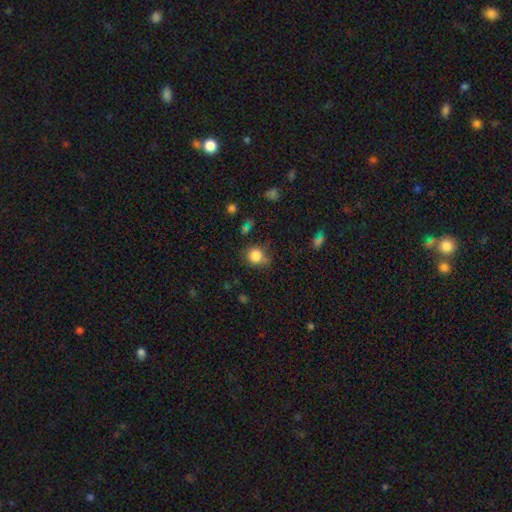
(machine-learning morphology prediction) smooth_or_featured: smooth (p=0.83) [alt: star or artifact p=0.11]
how_rounded: round (p=0.82) [alt: in between p=0.17]
merging: none (p=0.66) [alt: minor disturbance p=0.23]